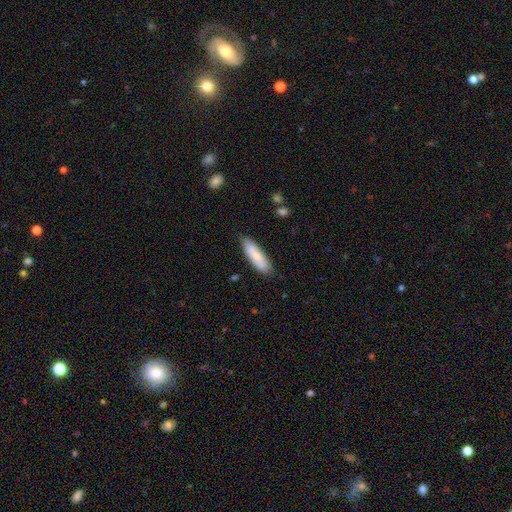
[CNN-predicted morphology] Smooth or featured? Predicted: smooth (p=0.80). How rounded? Predicted: cigar-shaped (p=0.57). Merging? Predicted: none (p=0.82).